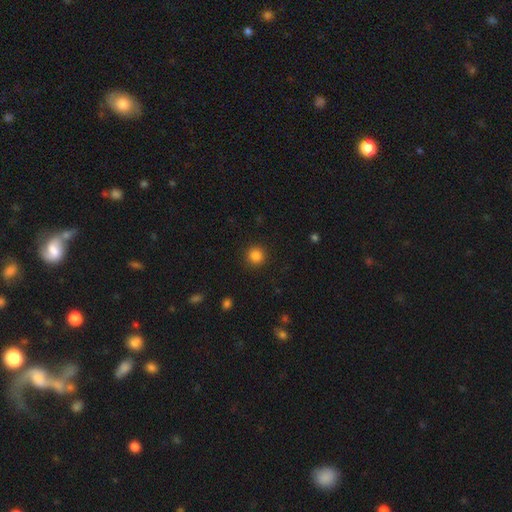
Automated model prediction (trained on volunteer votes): smooth 85%, star or artifact 11%, featured or disk 4%. Down the decision tree: how rounded — round (95%); merging — none (91%).